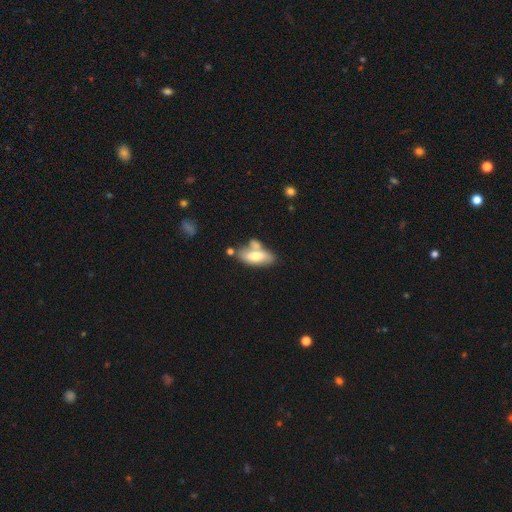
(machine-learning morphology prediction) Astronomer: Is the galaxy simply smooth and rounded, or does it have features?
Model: smooth — 65%.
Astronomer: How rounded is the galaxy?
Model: in between — 81%.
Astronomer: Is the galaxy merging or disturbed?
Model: none — 46% (runner-up: merger, 32%).